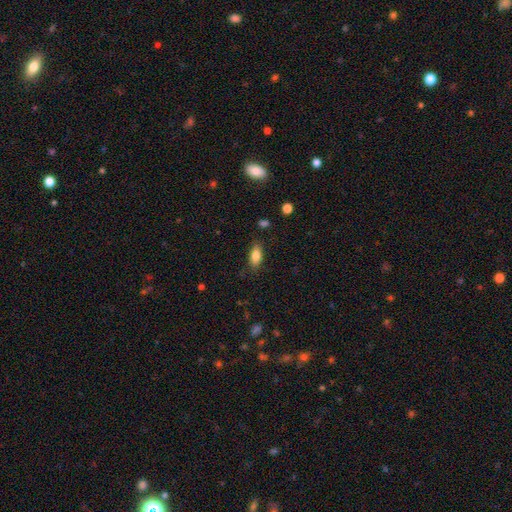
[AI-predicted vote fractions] smooth 84%, featured or disk 8%, star or artifact 8%. Down the decision tree: how rounded — in between (85%); merging — none (82%).